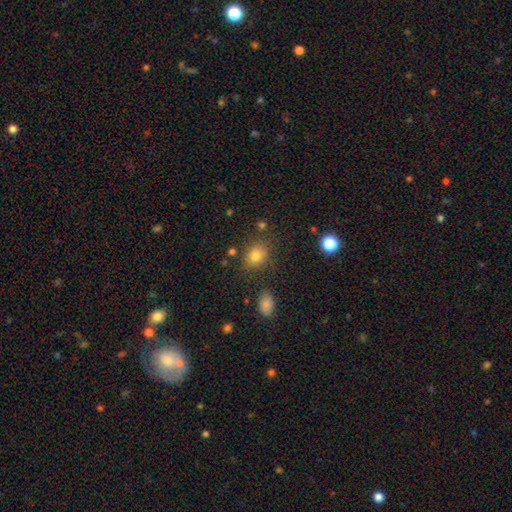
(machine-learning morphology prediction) smooth_or_featured: smooth (p=0.79) [alt: star or artifact p=0.13]
how_rounded: in between (p=0.52) [alt: round p=0.47]
merging: none (p=0.78) [alt: minor disturbance p=0.13]